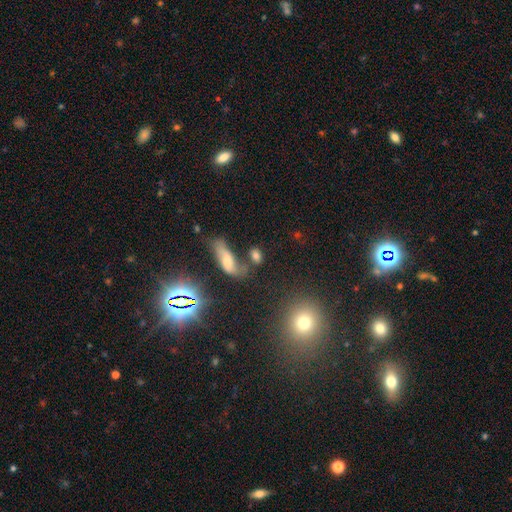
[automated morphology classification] type=smooth (69%); roundness=in between (69%); merging=none (45%).